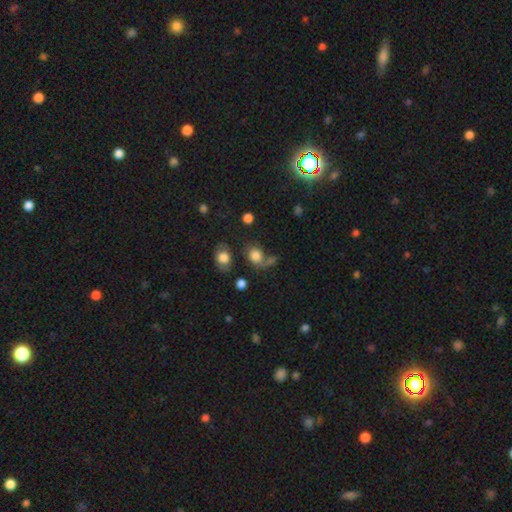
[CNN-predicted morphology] This is likely a smooth galaxy (78%). How rounded: possibly round (51%). Merging: possibly none (48%).